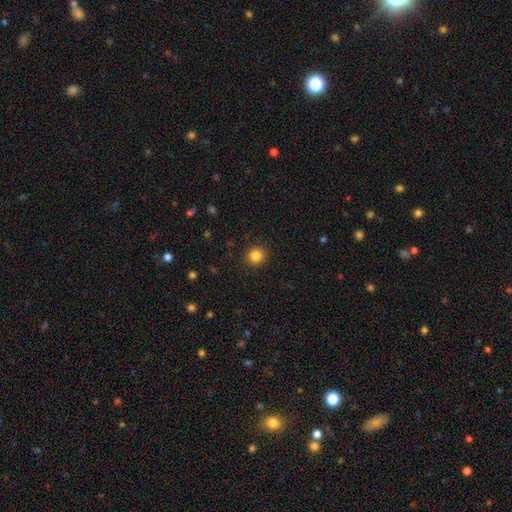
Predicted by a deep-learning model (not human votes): A smooth galaxy with no disk features (85%) that is round (90%). Merging: none (90%).